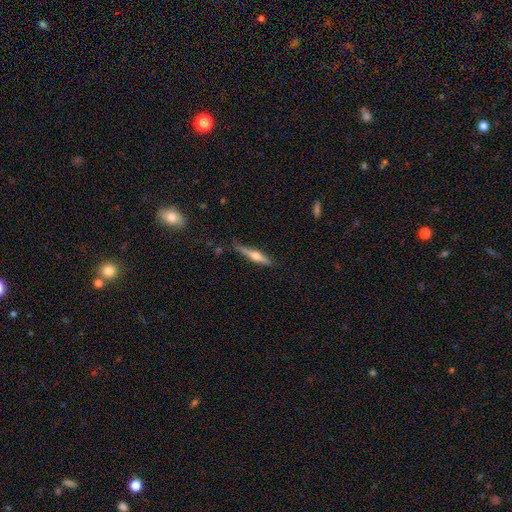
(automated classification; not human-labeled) Smooth or featured? Predicted: featured or disk (p=0.51). Edge-on disk? Predicted: yes (p=0.95). Merging? Predicted: none (p=0.72).